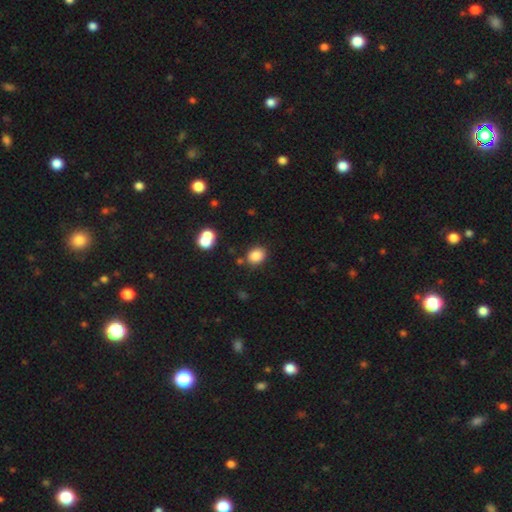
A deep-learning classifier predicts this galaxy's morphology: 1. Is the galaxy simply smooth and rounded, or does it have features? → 83% smooth, 11% star or artifact, 6% featured or disk.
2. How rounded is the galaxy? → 60% round, 39% in between, 1% cigar-shaped.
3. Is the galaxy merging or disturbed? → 80% none, 10% minor disturbance, 7% merger, 3% major disturbance.